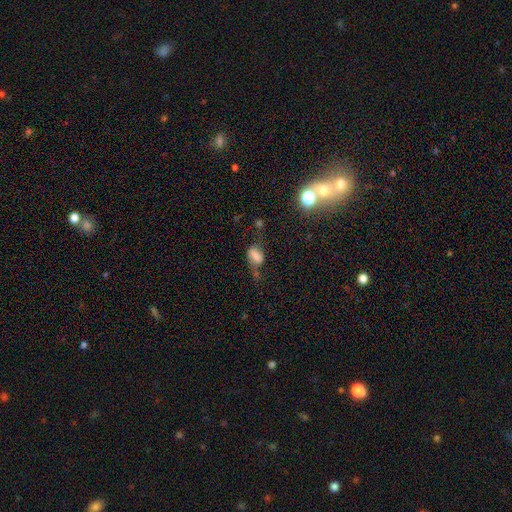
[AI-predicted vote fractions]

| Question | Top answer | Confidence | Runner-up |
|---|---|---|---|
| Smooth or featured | smooth | 65% | featured or disk (20%) |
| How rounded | in between | 80% | round (16%) |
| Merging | none | 39% | minor disturbance (28%) |